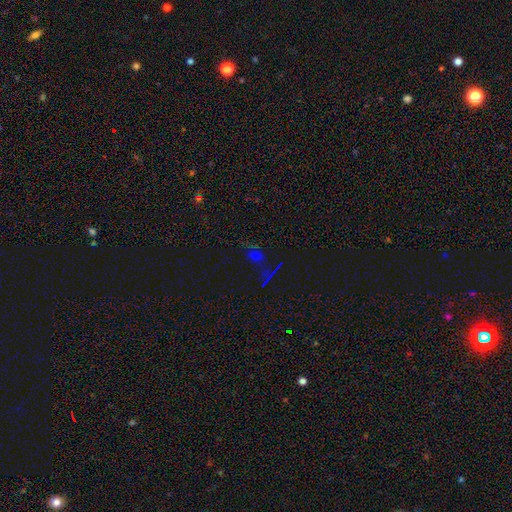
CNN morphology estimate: Smooth or featured: star or artifact — 53% (smooth — 35%)